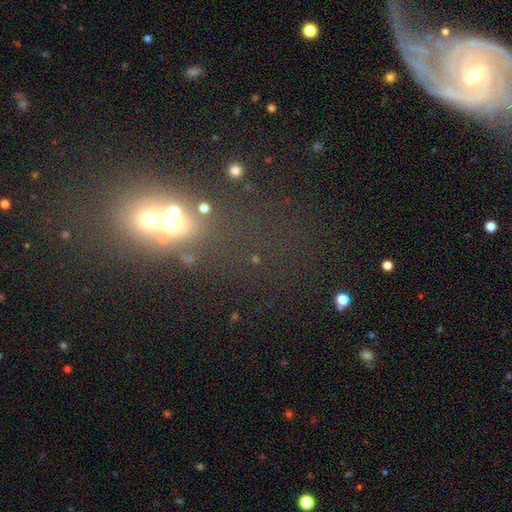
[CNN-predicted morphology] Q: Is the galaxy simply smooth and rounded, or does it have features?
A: star or artifact — 41%.